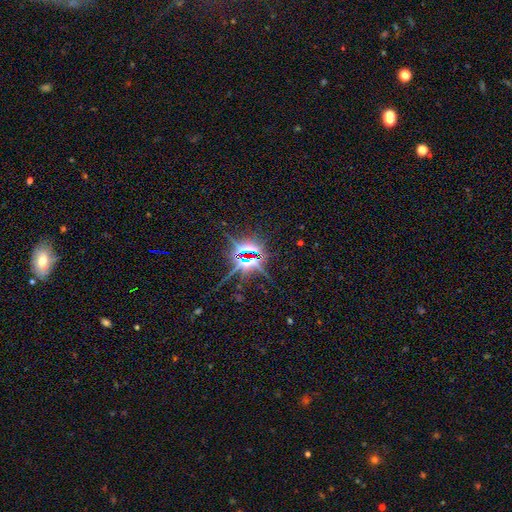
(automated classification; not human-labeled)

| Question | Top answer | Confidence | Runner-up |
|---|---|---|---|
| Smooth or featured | star or artifact | 77% | featured or disk (13%) |